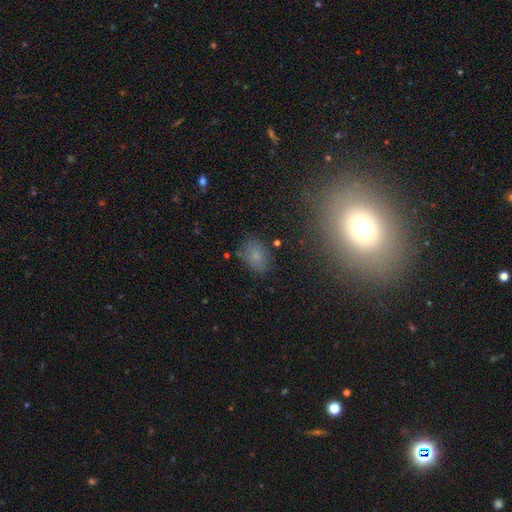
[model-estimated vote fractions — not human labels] Overall: smooth (75%). How rounded: in between (81%). Merging: none (78%).